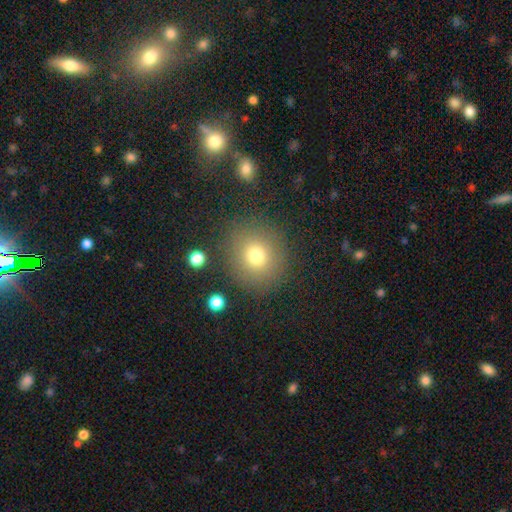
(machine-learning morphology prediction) type=smooth (73%); roundness=round (87%); merging=none (85%).